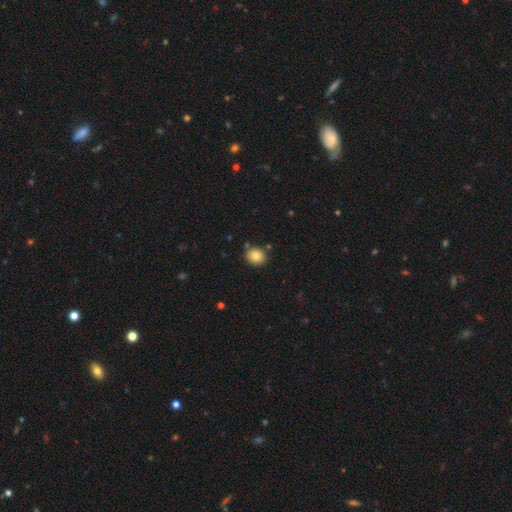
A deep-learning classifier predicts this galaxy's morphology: smooth 83%, star or artifact 10%, featured or disk 7%. Down the decision tree: how rounded — round (75%); merging — none (85%).